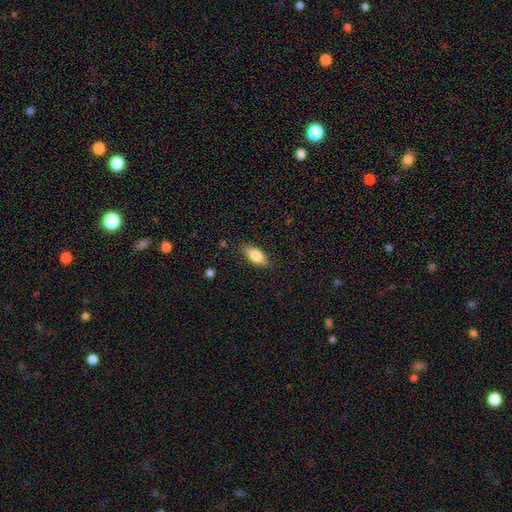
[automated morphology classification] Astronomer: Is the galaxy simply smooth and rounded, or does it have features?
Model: smooth — 79%.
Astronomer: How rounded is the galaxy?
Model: in between — 83%.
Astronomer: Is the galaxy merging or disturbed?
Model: none — 83%.